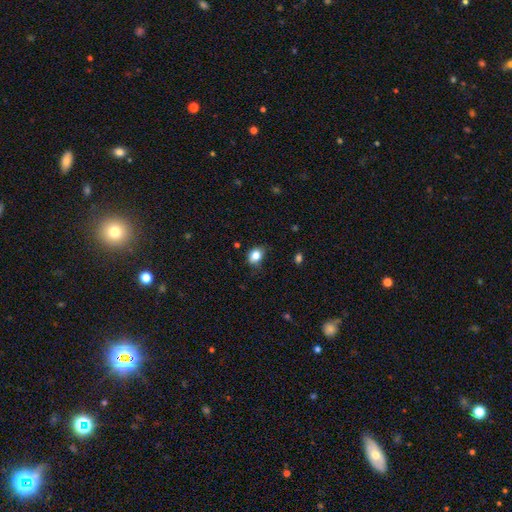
Morphology: type=smooth (79%); roundness=in between (52%); merging=none (66%).